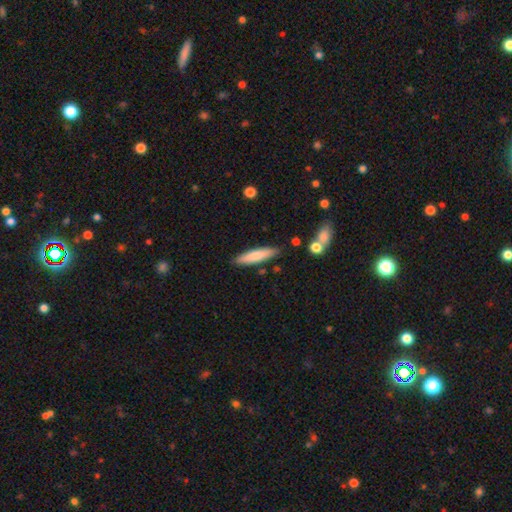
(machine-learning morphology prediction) A smooth galaxy with no disk features (73%) that is cigar-shaped (82%). Merging: none (86%).